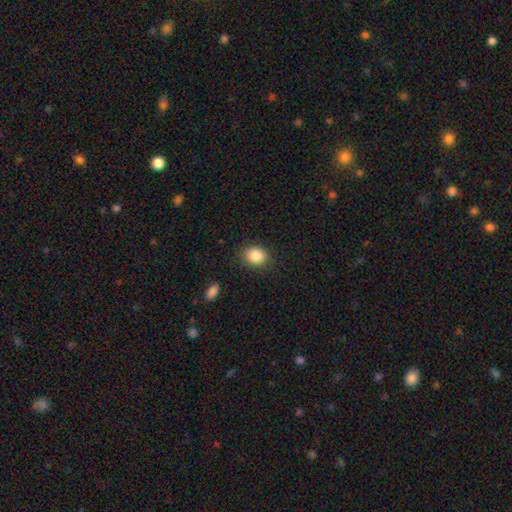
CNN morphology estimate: A smooth galaxy with no disk features (86%) that is round (63%). Merging: none (86%).